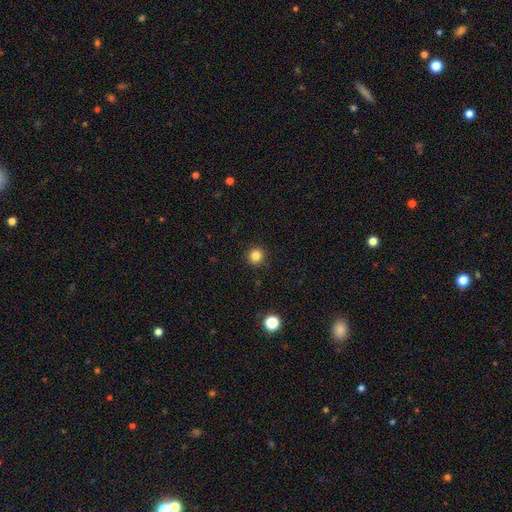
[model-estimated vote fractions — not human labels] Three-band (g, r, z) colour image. It shows a smooth galaxy with no disk features (83%) that is round (94%). Merging: none (92%).